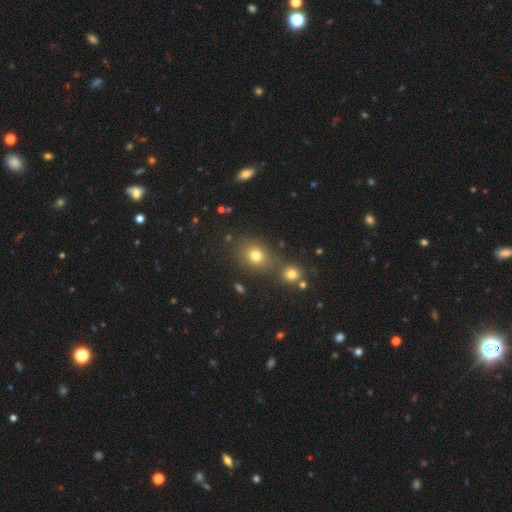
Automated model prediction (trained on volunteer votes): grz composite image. It shows a smooth galaxy with no disk features (74%) that is round (58%). Merging: none (66%).